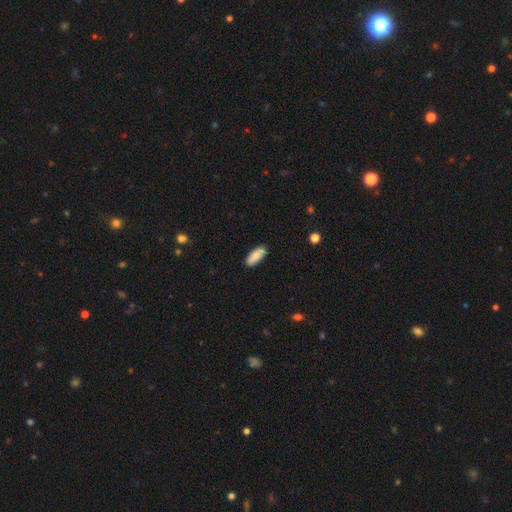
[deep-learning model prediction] This is clearly a smooth galaxy (89%). How rounded: likely in between (78%). Merging: clearly none (90%).